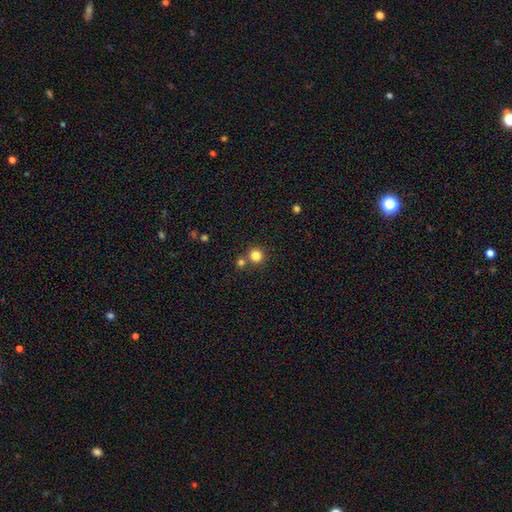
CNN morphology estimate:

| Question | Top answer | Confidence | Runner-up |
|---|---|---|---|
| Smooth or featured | smooth | 82% | star or artifact (13%) |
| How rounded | round | 94% | in between (5%) |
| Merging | none | 70% | merger (21%) |